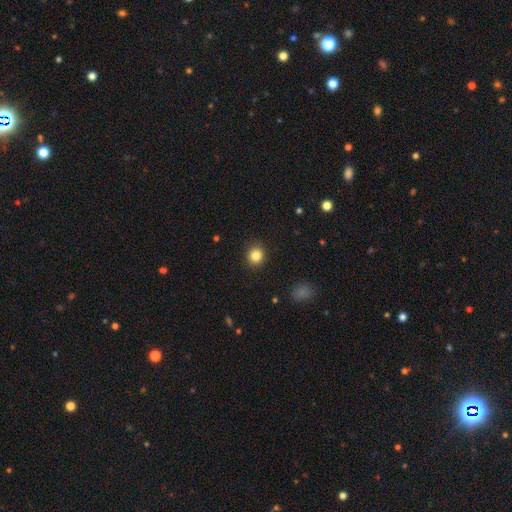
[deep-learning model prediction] Smooth or featured? smooth (84%)
How rounded? round (83%)
Merging? none (90%)